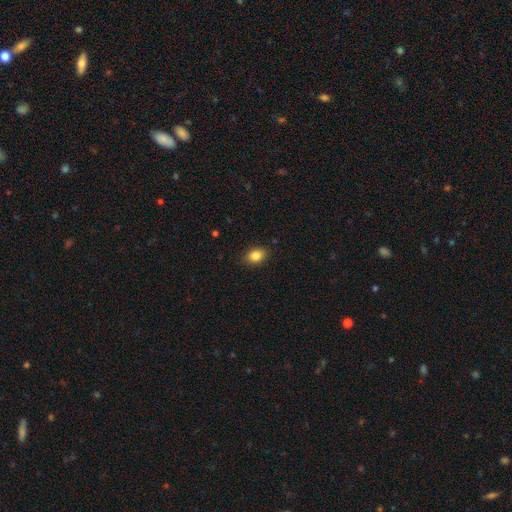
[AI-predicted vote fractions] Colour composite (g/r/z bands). It shows a smooth galaxy with no disk features (84%) that is in between round and cigar-shaped (67%). Merging: none (87%).